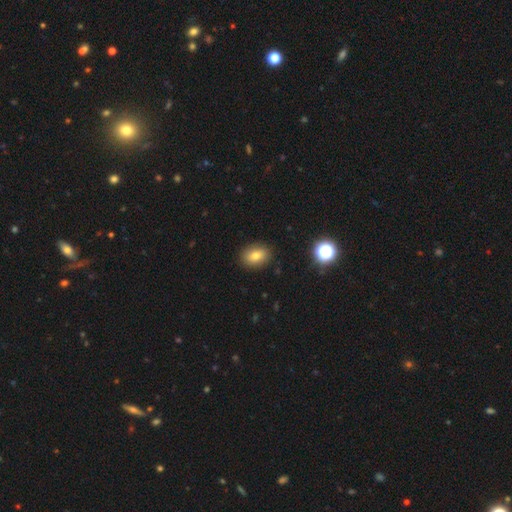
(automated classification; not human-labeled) Q: Smooth or featured?
A: smooth (78%); runner-up: star or artifact (11%)
Q: How rounded?
A: in between (74%); runner-up: round (25%)
Q: Merging?
A: none (88%); runner-up: minor disturbance (8%)